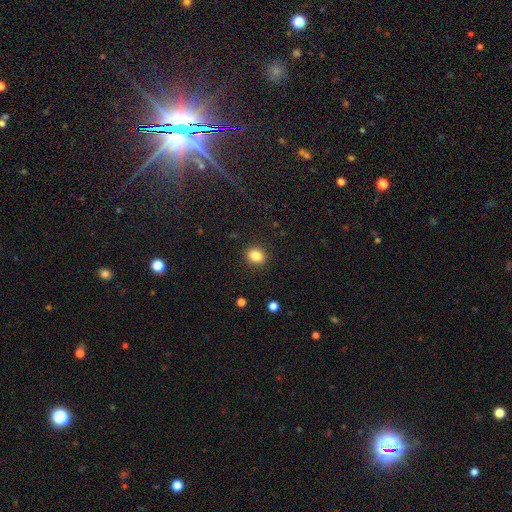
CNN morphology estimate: A smooth galaxy with no disk features (84%) that is round (51%). Merging: none (90%).